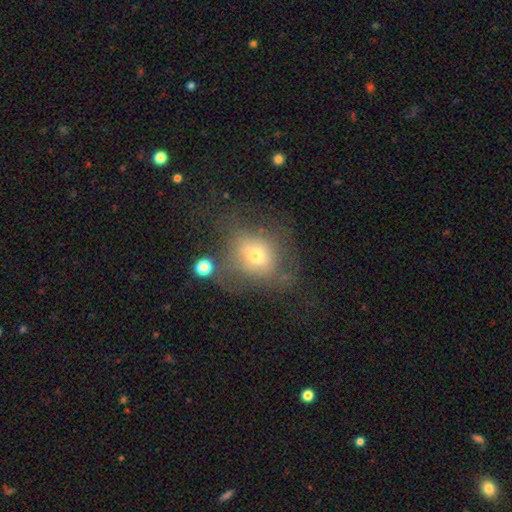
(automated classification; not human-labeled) Morphology: type=smooth (60%); roundness=round (64%); merging=none (46%).